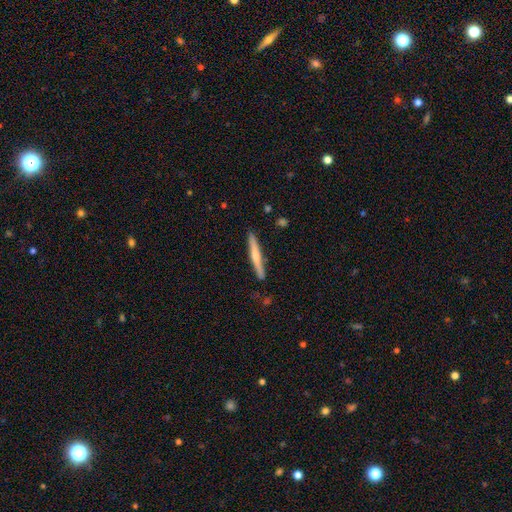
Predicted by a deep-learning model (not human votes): This is possibly a featured or disk galaxy (50%). Merging: clearly none (88%).